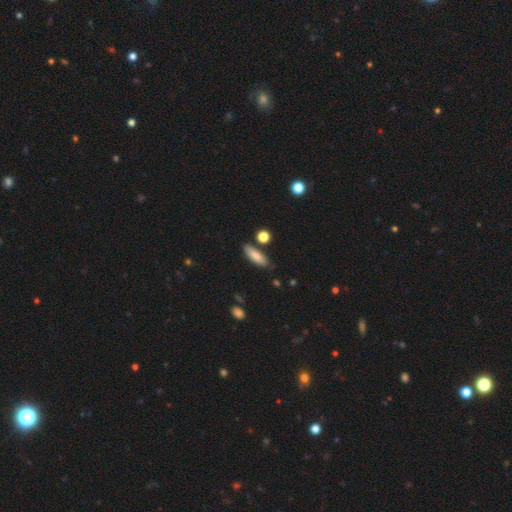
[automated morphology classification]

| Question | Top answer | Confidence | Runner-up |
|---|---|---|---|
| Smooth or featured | smooth | 80% | featured or disk (13%) |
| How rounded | in between | 51% | cigar-shaped (47%) |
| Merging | none | 78% | minor disturbance (14%) |